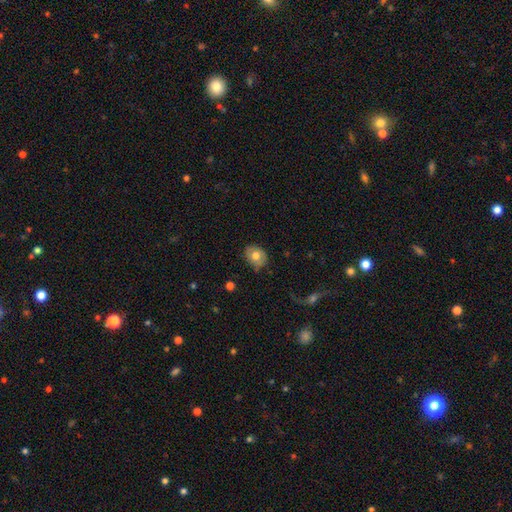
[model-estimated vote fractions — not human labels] smooth_or_featured: smooth (p=0.72) [alt: featured or disk p=0.20]
how_rounded: round (p=0.51) [alt: in between p=0.48]
merging: none (p=0.74) [alt: minor disturbance p=0.21]